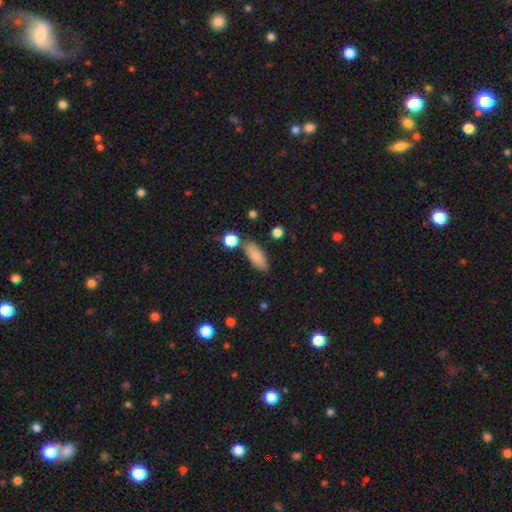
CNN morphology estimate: A smooth galaxy with no disk features (84%) that is in between round and cigar-shaped (78%). Merging: none (78%).